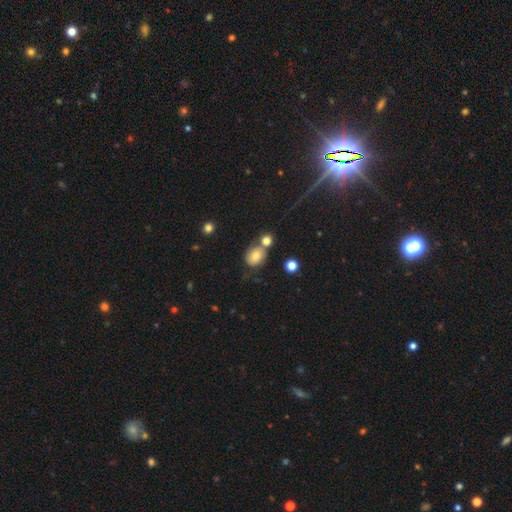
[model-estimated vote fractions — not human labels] A smooth galaxy with no disk features (76%) that is round (55%). Merging: none (52%).